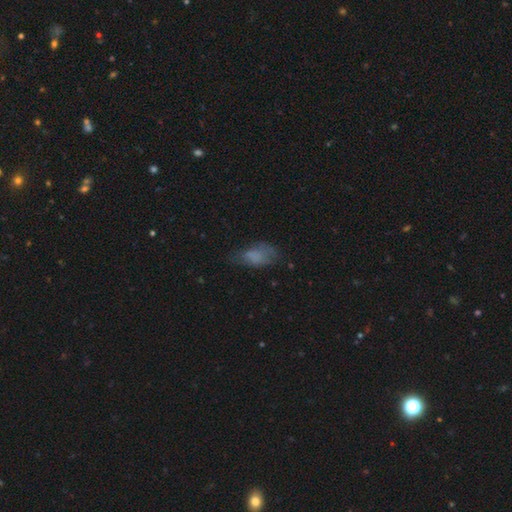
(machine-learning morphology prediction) type=smooth (66%); roundness=in between (88%); merging=none (45%).